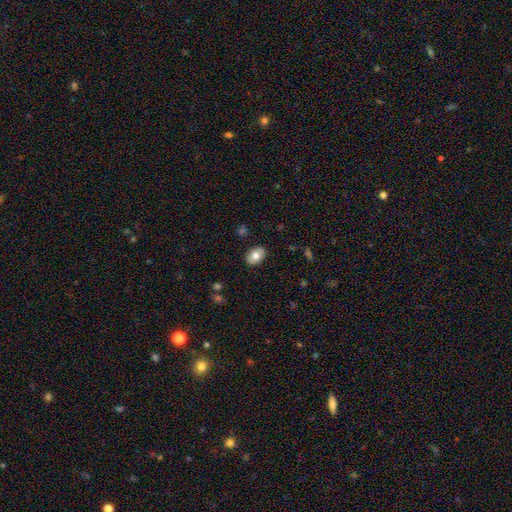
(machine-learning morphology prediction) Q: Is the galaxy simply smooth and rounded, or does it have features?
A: smooth — 74%.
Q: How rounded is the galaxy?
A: in between — 79%.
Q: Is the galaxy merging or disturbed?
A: none — 87%.